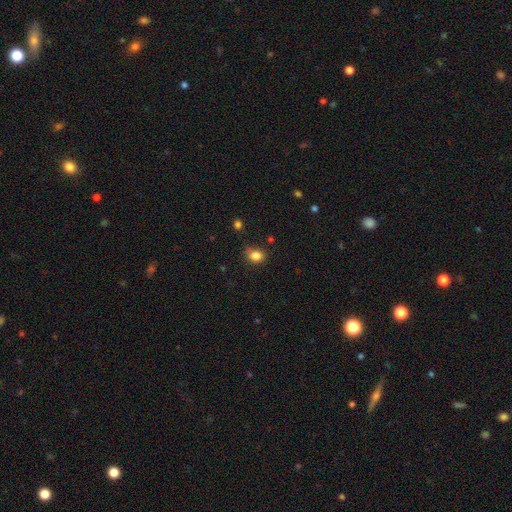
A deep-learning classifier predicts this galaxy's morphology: smooth-or-featured: smooth: 84% | star or artifact: 11% | featured or disk: 5%
  how-rounded: in between: 51% | round: 48% | cigar-shaped: 1%
  merging: none: 71% | minor disturbance: 22% | major disturbance: 4% | merger: 3%